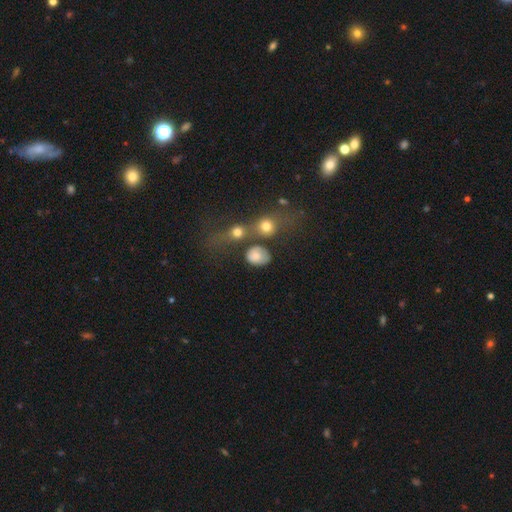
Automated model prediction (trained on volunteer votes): smooth 80%, featured or disk 10%, star or artifact 9%. Down the decision tree: how rounded — round (52%); merging — none (47%).